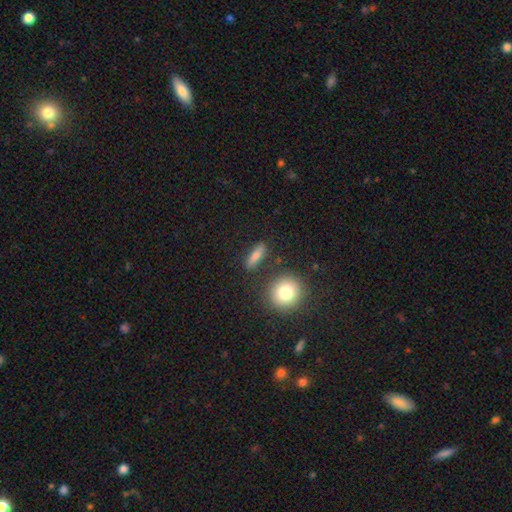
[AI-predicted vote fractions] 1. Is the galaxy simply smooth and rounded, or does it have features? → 75% smooth, 15% featured or disk, 10% star or artifact.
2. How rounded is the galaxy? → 59% cigar-shaped, 31% in between, 10% round.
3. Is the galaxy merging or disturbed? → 84% none, 10% minor disturbance, 4% merger, 3% major disturbance.